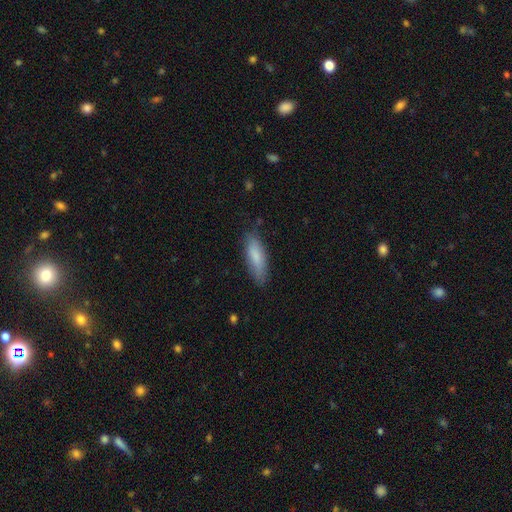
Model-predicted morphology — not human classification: smooth_or_featured: smooth (p=0.79) [alt: featured or disk p=0.15]
how_rounded: cigar-shaped (p=0.55) [alt: in between p=0.43]
merging: none (p=0.79) [alt: minor disturbance p=0.17]